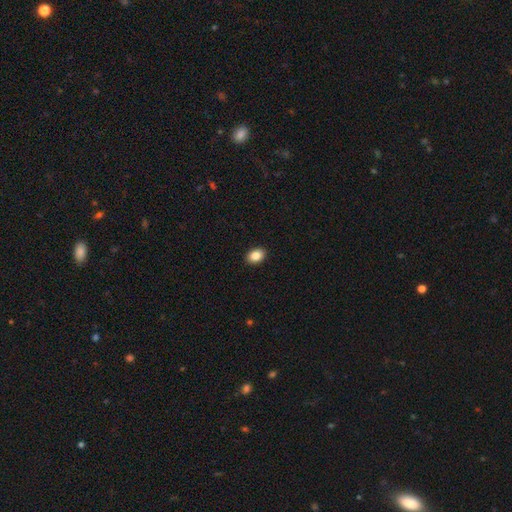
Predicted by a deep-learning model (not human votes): smooth-or-featured: smooth: 87% | star or artifact: 8% | featured or disk: 5%
  how-rounded: in between: 75% | round: 24% | cigar-shaped: 1%
  merging: none: 91% | minor disturbance: 6% | major disturbance: 2% | merger: 1%